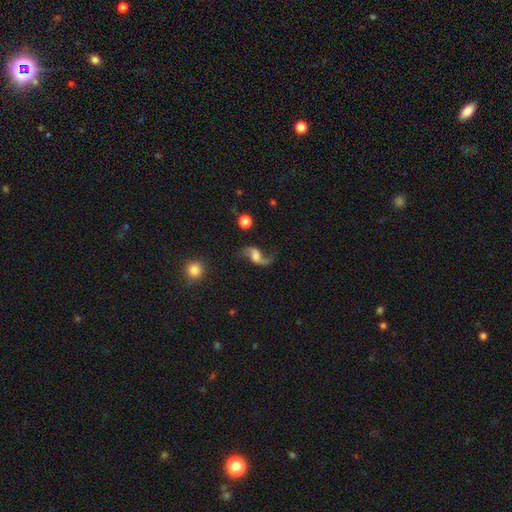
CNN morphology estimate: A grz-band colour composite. It shows a featured or disk galaxy (81%) with no bar (45%), 2 (91%) loose (89%) spiral arms (95%) and a moderate central bulge (28%). Merging: none (67%).